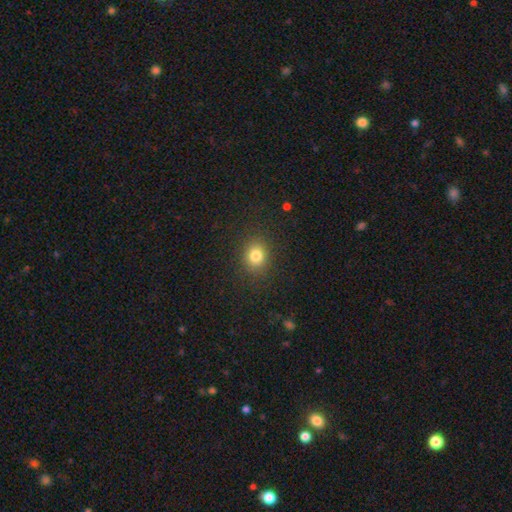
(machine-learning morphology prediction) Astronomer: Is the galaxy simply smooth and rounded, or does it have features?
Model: smooth — 81%.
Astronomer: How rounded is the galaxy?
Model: round — 66%.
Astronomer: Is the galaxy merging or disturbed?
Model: none — 87%.